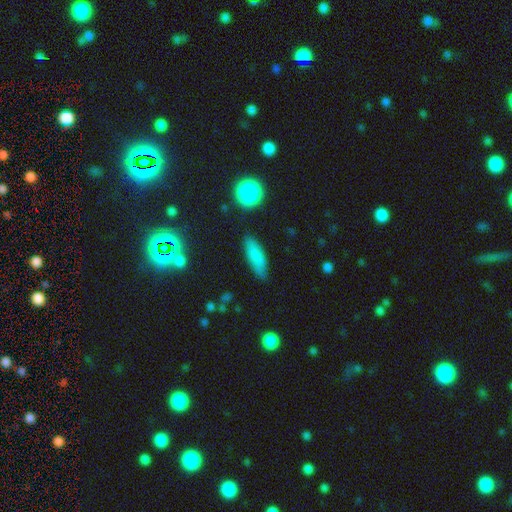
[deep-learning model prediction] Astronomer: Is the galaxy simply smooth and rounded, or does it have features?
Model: smooth — 79%.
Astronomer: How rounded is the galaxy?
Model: in between — 54% (runner-up: cigar-shaped, 43%).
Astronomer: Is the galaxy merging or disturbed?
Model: none — 80%.